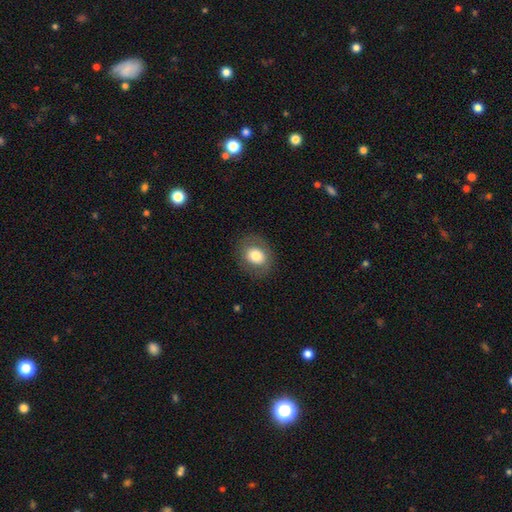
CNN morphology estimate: type=smooth (75%); roundness=round (59%); merging=none (84%).